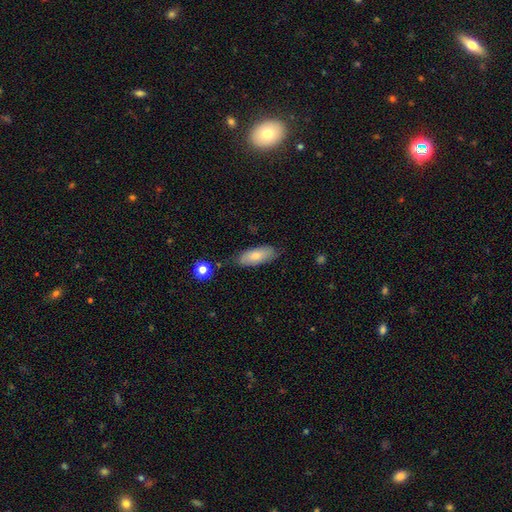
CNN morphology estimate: This appears to be a smooth galaxy with no disk features (77%) that is in between round and cigar-shaped (83%). Merging: none (75%).